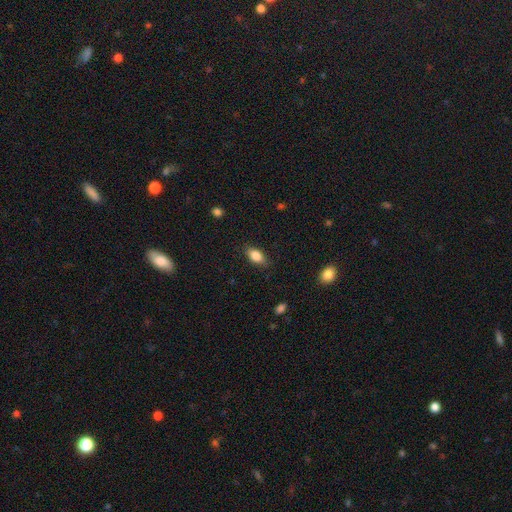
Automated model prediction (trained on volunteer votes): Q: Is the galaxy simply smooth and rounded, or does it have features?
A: smooth — 83%.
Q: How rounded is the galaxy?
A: in between — 86%.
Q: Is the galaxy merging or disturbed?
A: none — 82%.